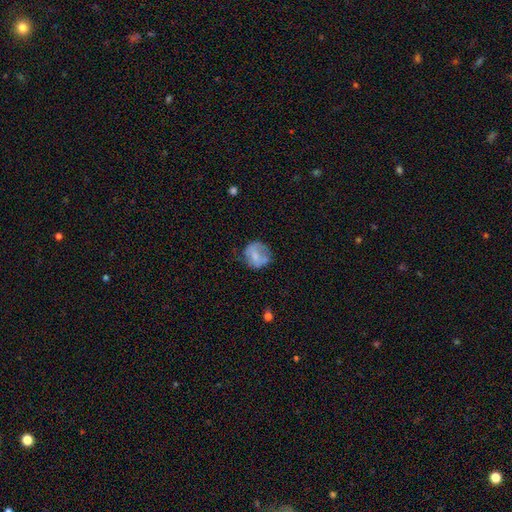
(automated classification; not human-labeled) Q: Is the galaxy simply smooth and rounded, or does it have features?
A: smooth — 60%.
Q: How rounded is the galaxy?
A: round — 79%.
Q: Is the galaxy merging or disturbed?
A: none — 57%.